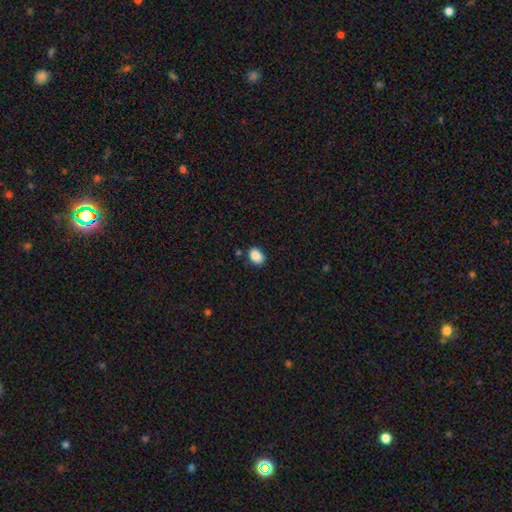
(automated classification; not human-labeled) Overall: smooth (87%). How rounded: in between (75%). Merging: none (82%).